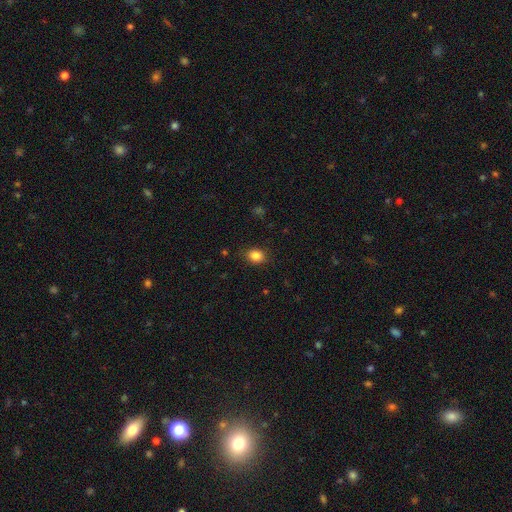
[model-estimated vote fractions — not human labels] This appears to be a smooth galaxy with no disk features (85%) that is in between round and cigar-shaped (52%). Merging: none (85%).